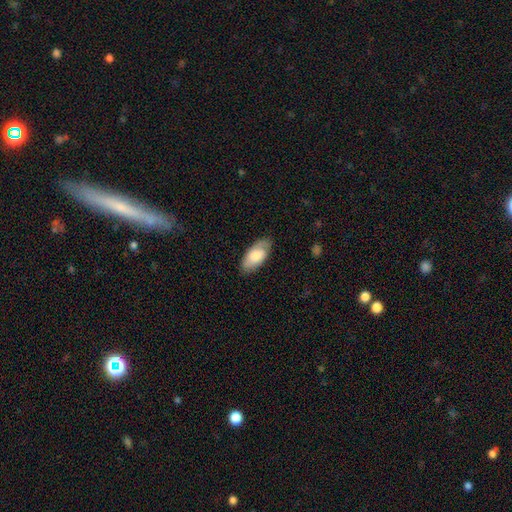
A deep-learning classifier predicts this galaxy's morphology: A smooth galaxy with no disk features (71%) that is in between round and cigar-shaped (93%). Merging: none (78%).